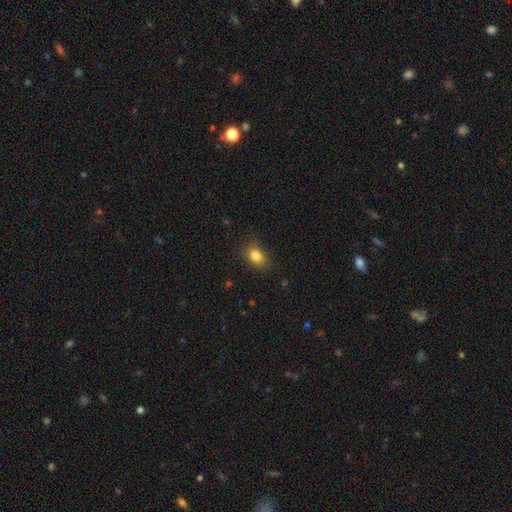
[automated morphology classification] A smooth galaxy with no disk features (82%) that is in between round and cigar-shaped (72%). Merging: none (81%).